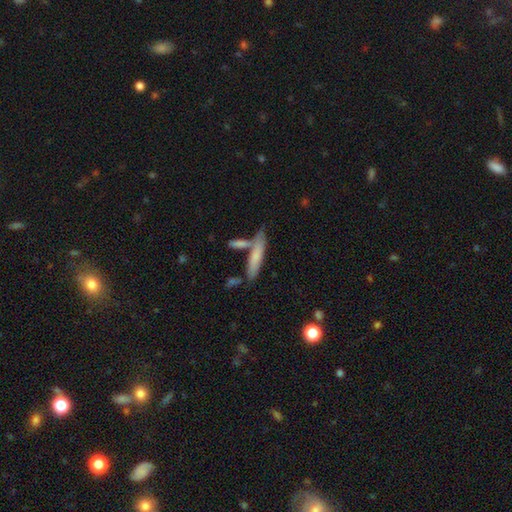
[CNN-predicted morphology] This is likely a smooth galaxy (70%). How rounded: clearly cigar-shaped (82%). Merging: likely none (64%).